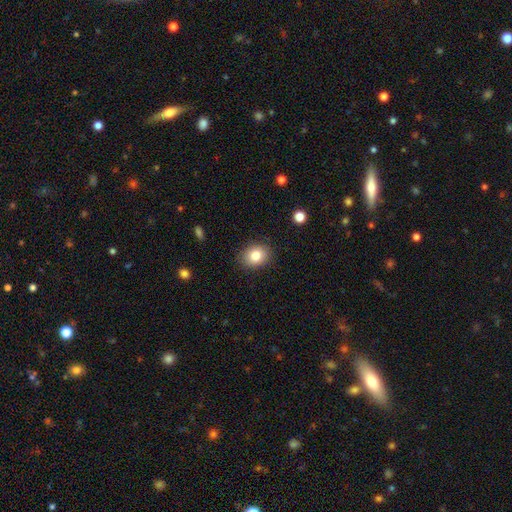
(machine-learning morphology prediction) Smooth or featured: smooth — 82% (star or artifact — 9%)
How rounded: round — 51% (in between — 48%)
Merging: none — 87% (minor disturbance — 9%)